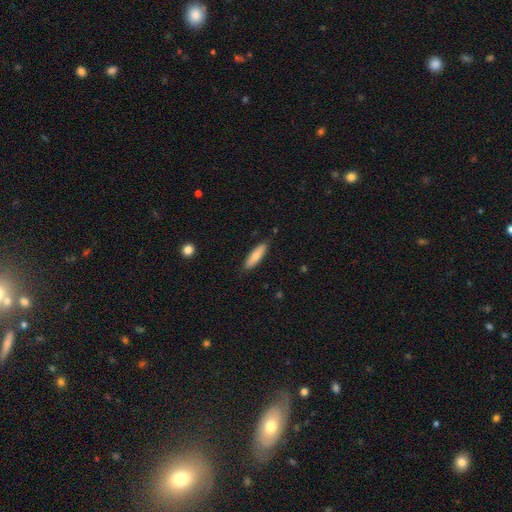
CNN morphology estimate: Q: Smooth or featured?
A: smooth (76%); runner-up: featured or disk (18%)
Q: How rounded?
A: cigar-shaped (64%); runner-up: in between (35%)
Q: Merging?
A: none (86%); runner-up: minor disturbance (11%)